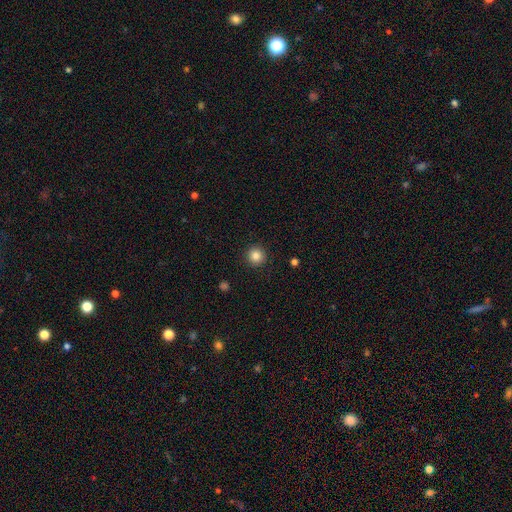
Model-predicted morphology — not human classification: This is clearly a smooth galaxy (84%). How rounded: clearly round (95%). Merging: clearly none (92%).